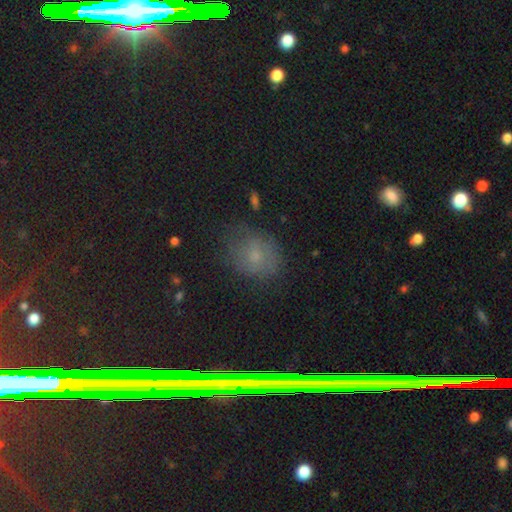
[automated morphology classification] A smooth galaxy with no disk features (58%) that is round (66%).

Vote fractions:
- Smooth or featured? smooth: 58% / star or artifact: 25% / featured or disk: 17%
- How rounded? round: 66% / in between: 32% / cigar-shaped: 2%
- Merging? none: 73% / minor disturbance: 18% / major disturbance: 7% / merger: 2%